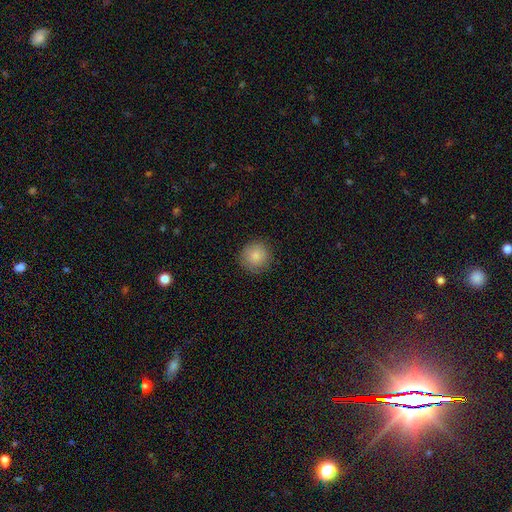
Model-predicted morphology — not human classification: smooth_or_featured: smooth (p=0.85) [alt: star or artifact p=0.09]
how_rounded: round (p=0.94) [alt: in between p=0.05]
merging: none (p=0.88) [alt: minor disturbance p=0.09]